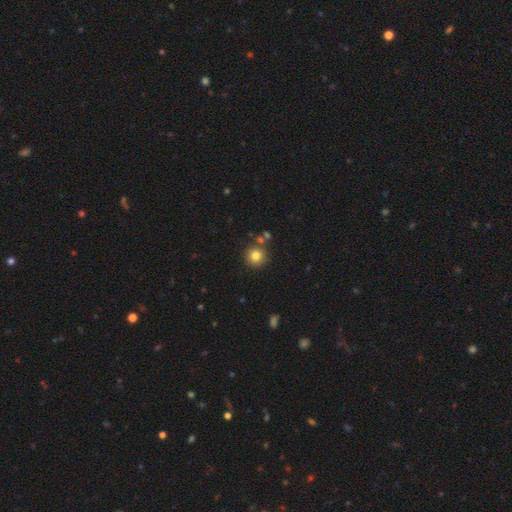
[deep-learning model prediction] Smooth or featured? Predicted: smooth (p=0.80). How rounded? Predicted: round (p=0.94). Merging? Predicted: none (p=0.81).